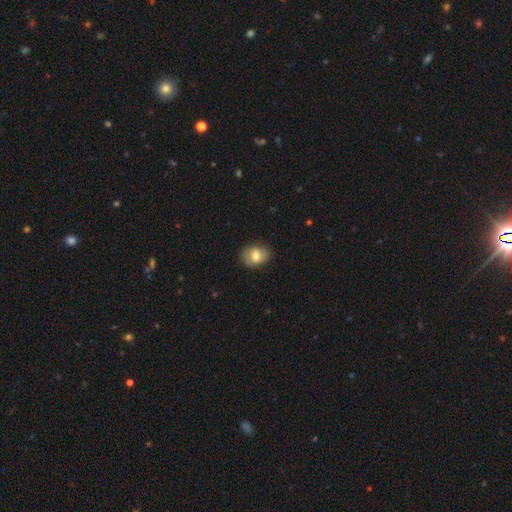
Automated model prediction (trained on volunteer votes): This is likely a smooth galaxy (76%). How rounded: likely in between (60%). Merging: clearly none (82%).